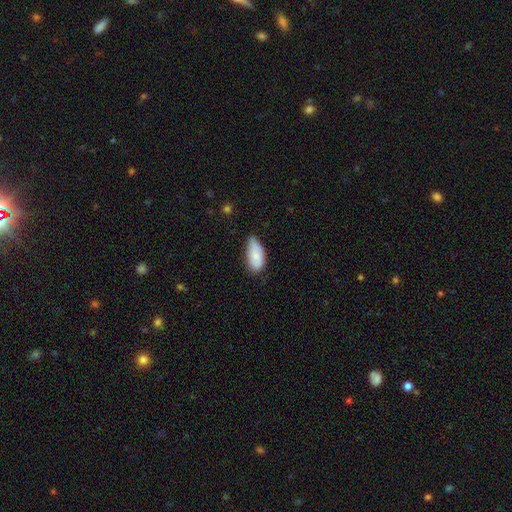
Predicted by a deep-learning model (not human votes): smooth 77%, featured or disk 16%, star or artifact 7%. Down the decision tree: how rounded — in between (93%); merging — none (52%).